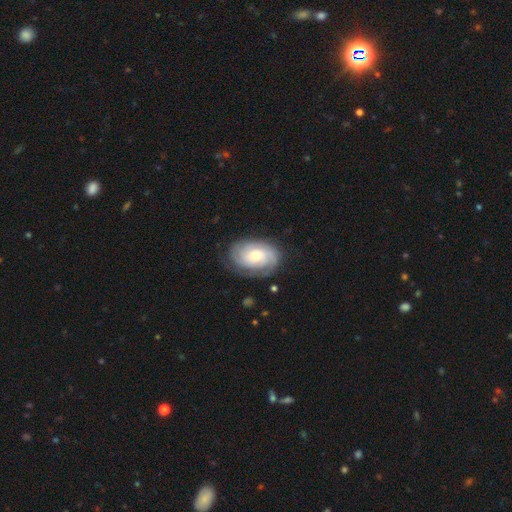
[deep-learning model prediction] Overall: featured or disk (73%). Edge-on disk: no (96%). Bar: no (74%). Spiral arms: yes (92%). Spiral arm count: can't tell (37%; 2 30%). Spiral winding: tight (68%). Bulge size: moderate (57%; small 33%). Merging: none (75%).